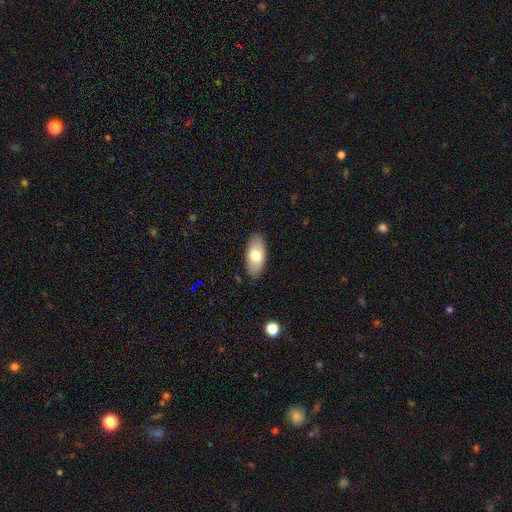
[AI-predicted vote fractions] smooth_or_featured: smooth (p=0.72) [alt: featured or disk p=0.22]
how_rounded: in between (p=0.91) [alt: cigar-shaped p=0.07]
merging: none (p=0.87) [alt: minor disturbance p=0.10]